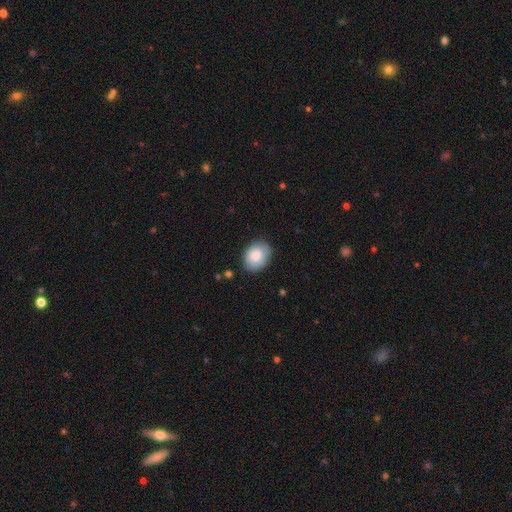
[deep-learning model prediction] Morphology: type=smooth (82%); roundness=in between (67%); merging=none (74%).